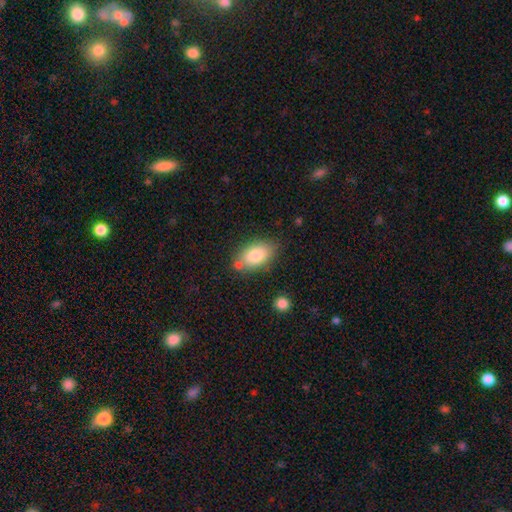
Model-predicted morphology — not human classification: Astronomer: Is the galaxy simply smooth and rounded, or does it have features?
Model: smooth — 80%.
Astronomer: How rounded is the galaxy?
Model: in between — 90%.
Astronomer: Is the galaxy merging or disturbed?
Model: none — 71%.